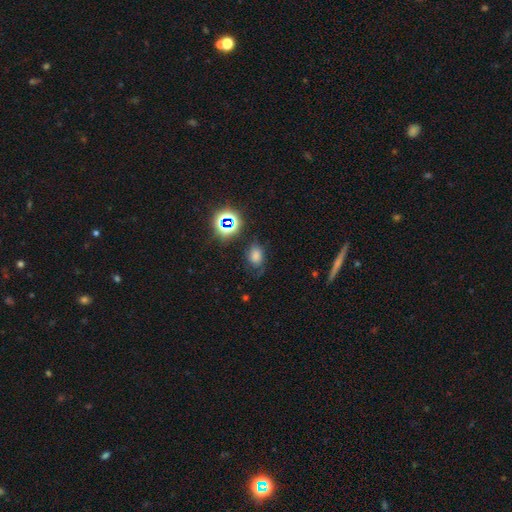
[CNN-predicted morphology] A smooth galaxy with no disk features (64%) that is in between round and cigar-shaped (71%).

Vote fractions:
- Smooth or featured? smooth: 64% / star or artifact: 24% / featured or disk: 11%
- How rounded? in between: 71% / round: 28% / cigar-shaped: 2%
- Merging? none: 61% / minor disturbance: 25% / major disturbance: 11% / merger: 3%